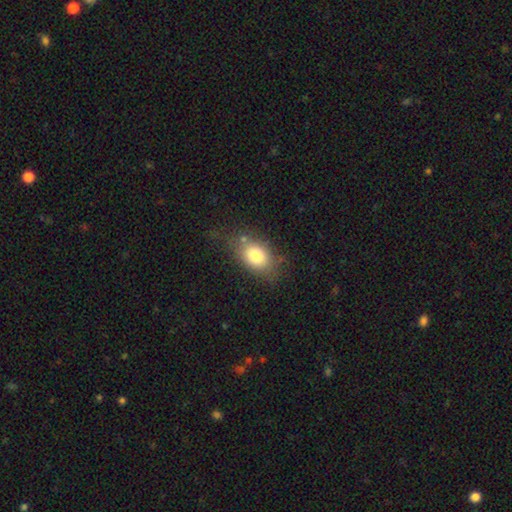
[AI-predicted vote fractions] The model was most divided on "merging": none: 64%, minor disturbance: 22%, major disturbance: 9%, merger: 5%. More confident: smooth or featured — smooth (79%); how rounded — in between (78%).